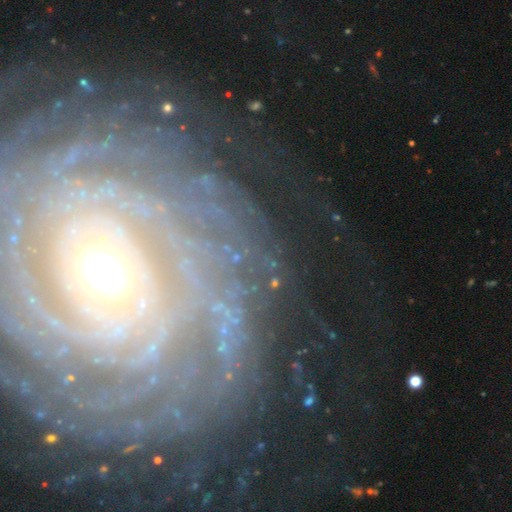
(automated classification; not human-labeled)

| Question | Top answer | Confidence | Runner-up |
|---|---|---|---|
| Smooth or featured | featured or disk | 72% | star or artifact (16%) |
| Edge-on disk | no | 92% | yes (8%) |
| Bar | no | 53% | weak (25%) |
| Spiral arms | yes | 81% | no (19%) |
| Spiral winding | tight | 79% | medium (15%) |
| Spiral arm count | can't tell | 38% | more than 4 (16%) |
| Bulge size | moderate | 48% | small (33%) |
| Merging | none | 75% | minor disturbance (13%) |